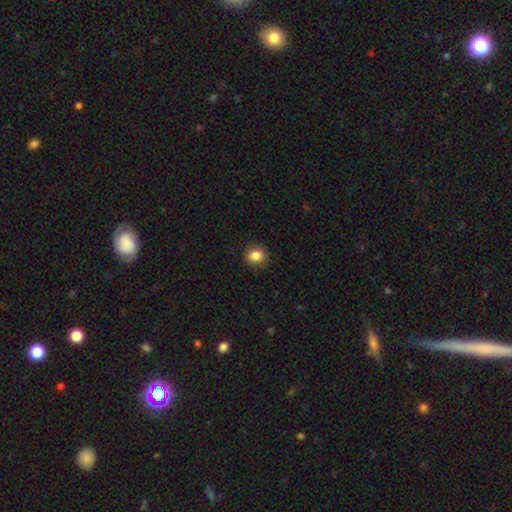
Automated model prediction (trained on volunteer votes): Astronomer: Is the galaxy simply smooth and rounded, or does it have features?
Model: smooth — 86%.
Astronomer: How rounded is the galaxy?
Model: round — 72%.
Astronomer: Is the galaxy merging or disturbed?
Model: none — 88%.